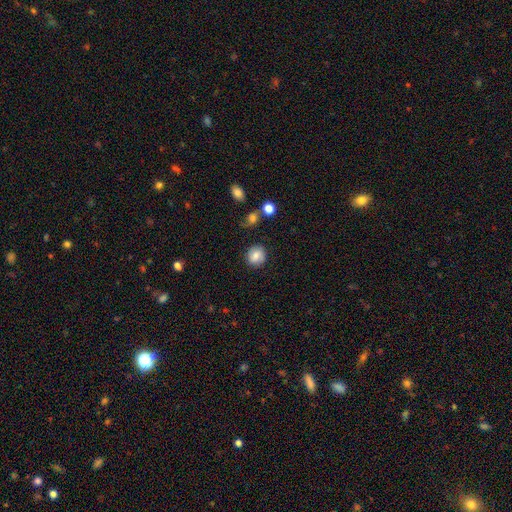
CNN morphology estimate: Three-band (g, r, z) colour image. It shows a smooth galaxy with no disk features (80%) that is round (84%). Merging: none (83%).